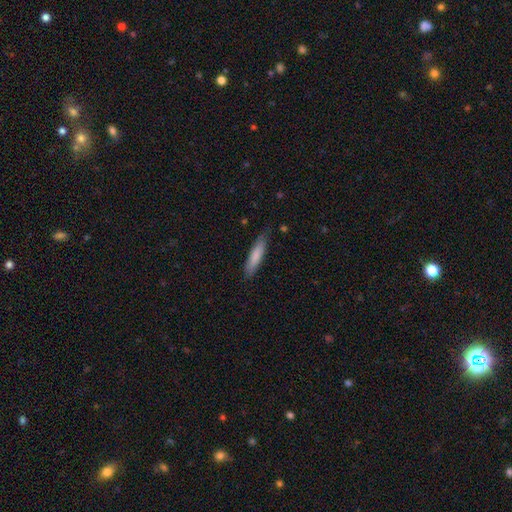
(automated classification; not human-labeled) A smooth galaxy with no disk features (80%) that is cigar-shaped (80%).

Vote fractions:
- Smooth or featured? smooth: 80% / featured or disk: 14% / star or artifact: 6%
- How rounded? cigar-shaped: 80% / in between: 18% / round: 1%
- Merging? none: 81% / minor disturbance: 15% / major disturbance: 3% / merger: 1%